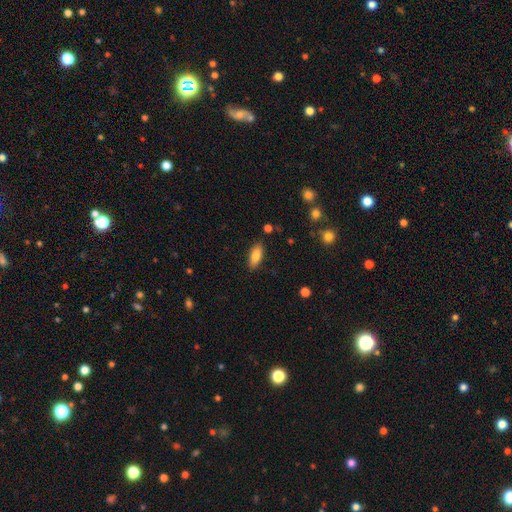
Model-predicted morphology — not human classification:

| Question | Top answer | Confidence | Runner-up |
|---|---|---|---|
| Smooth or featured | smooth | 83% | featured or disk (10%) |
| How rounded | in between | 80% | cigar-shaped (18%) |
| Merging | none | 87% | minor disturbance (9%) |